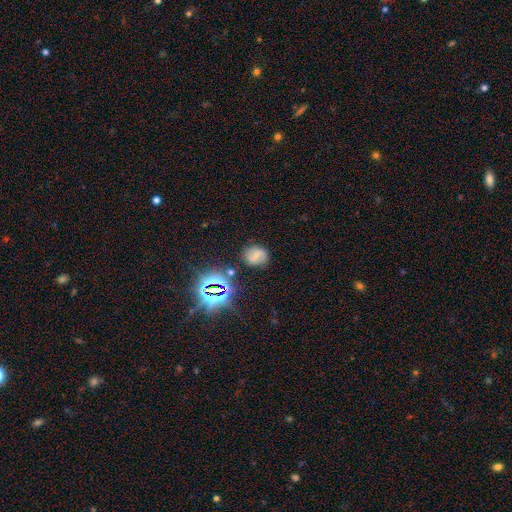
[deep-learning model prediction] Smooth or featured? smooth (40%, tied with featured or disk)
Merging? none (78%)